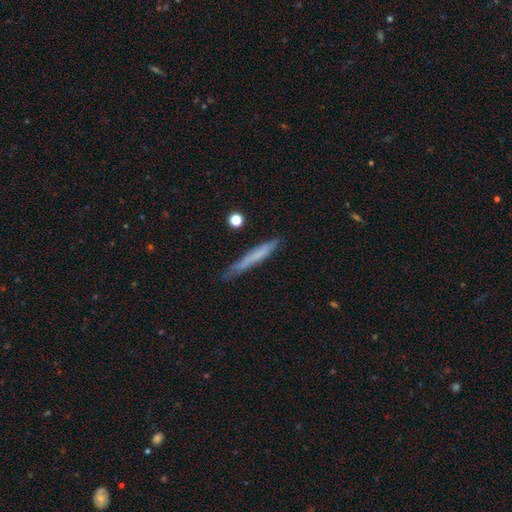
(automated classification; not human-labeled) Smooth or featured? smooth (58%)
How rounded? cigar-shaped (96%)
Merging? none (79%)